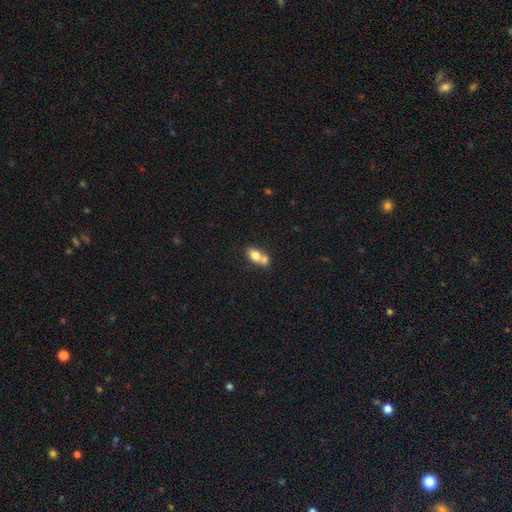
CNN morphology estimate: The model was most divided on "merging": merger: 57%, none: 30%, minor disturbance: 10%, major disturbance: 4%. More confident: how rounded — in between (79%); smooth or featured — smooth (73%).